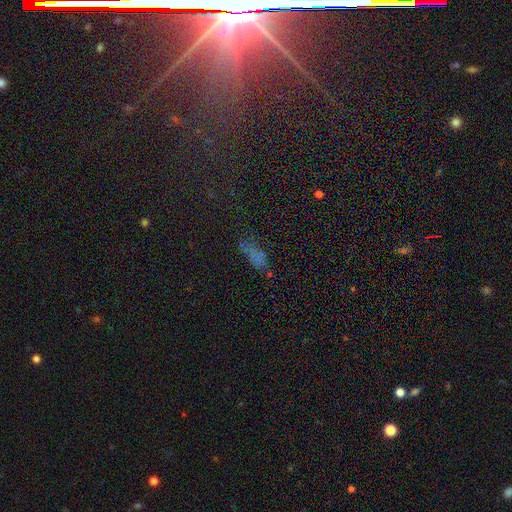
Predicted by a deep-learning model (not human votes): smooth-or-featured: smooth: 51% | star or artifact: 35% | featured or disk: 15%
  how-rounded: in between: 61% | cigar-shaped: 32% | round: 7%
  merging: none: 49% | minor disturbance: 25% | major disturbance: 19% | merger: 7%